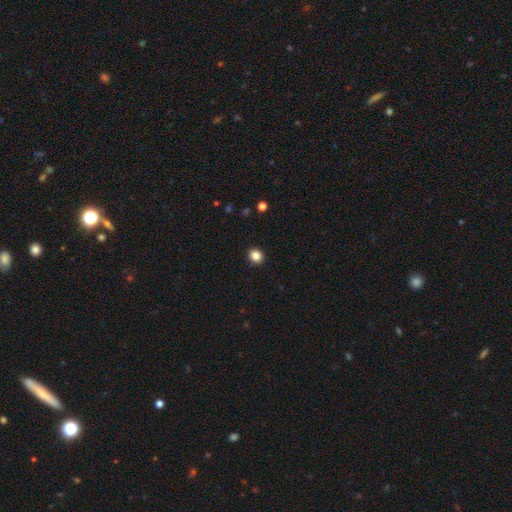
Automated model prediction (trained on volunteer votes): Smooth or featured?
  - smooth: 85% *
  - star or artifact: 11%
  - featured or disk: 4%
How rounded?
  - round: 78% *
  - in between: 21%
  - cigar-shaped: 1%
Merging?
  - none: 92% *
  - minor disturbance: 5%
  - major disturbance: 2%
  - merger: 1%